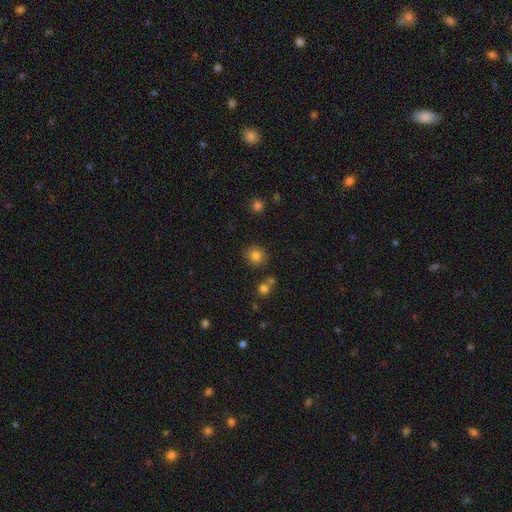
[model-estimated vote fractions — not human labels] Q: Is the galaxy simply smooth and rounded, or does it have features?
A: smooth — 80%.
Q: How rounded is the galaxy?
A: round — 86%.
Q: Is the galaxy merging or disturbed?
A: none — 83%.